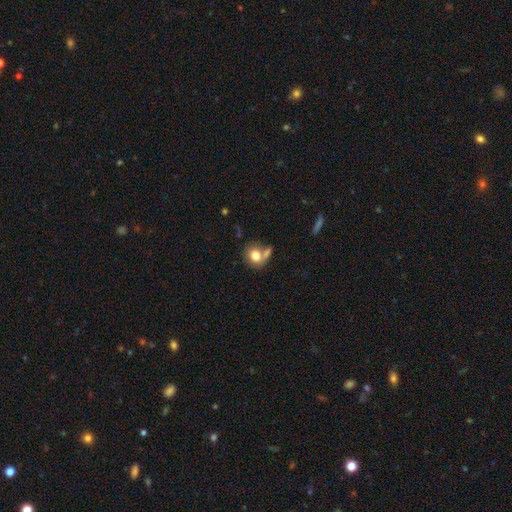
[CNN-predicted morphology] A smooth galaxy with no disk features (77%) that is round (67%). Merging: none (44%).